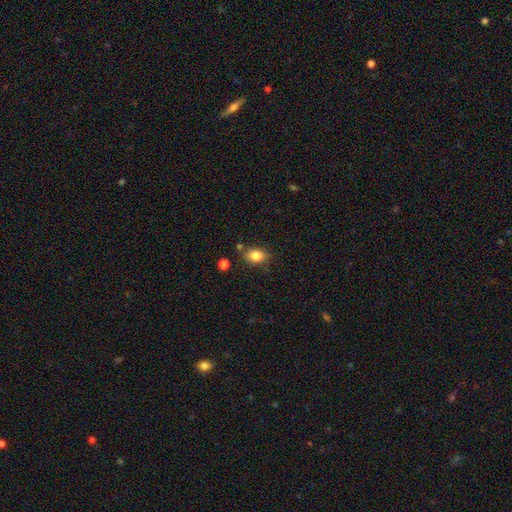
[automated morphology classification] This appears to be a smooth galaxy with no disk features (84%) that is in between round and cigar-shaped (67%). Merging: none (76%).